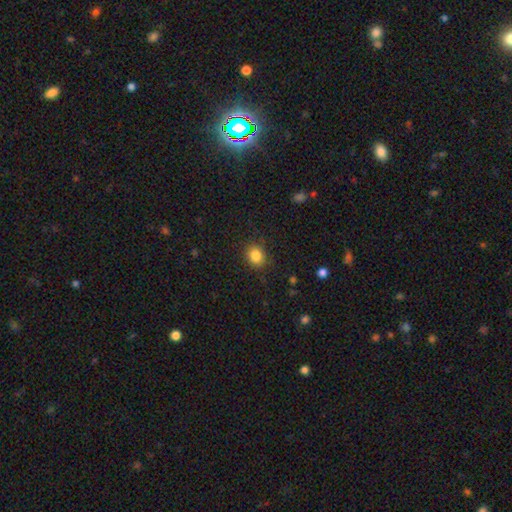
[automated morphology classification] Smooth or featured? smooth (85%)
How rounded? round (66%)
Merging? none (85%)